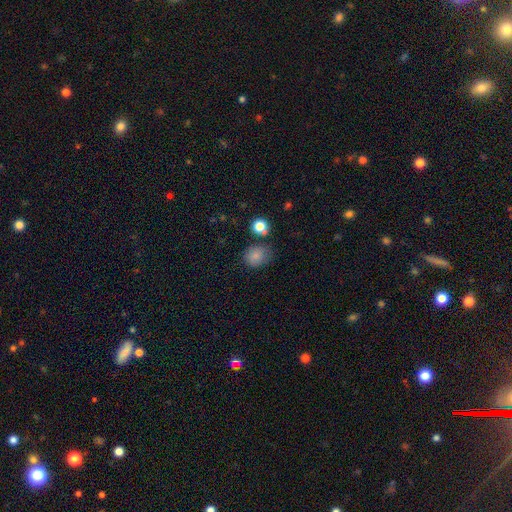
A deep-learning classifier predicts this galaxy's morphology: A smooth galaxy with no disk features (82%) that is round (65%).

Vote fractions:
- Smooth or featured? smooth: 82% / star or artifact: 11% / featured or disk: 7%
- How rounded? round: 65% / in between: 34% / cigar-shaped: 1%
- Merging? none: 67% / minor disturbance: 21% / merger: 6% / major disturbance: 6%